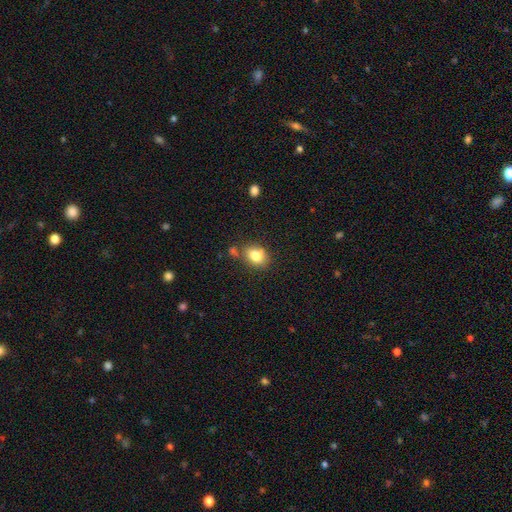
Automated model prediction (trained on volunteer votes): Smooth or featured? smooth (80%)
How rounded? in between (57%)
Merging? none (64%)